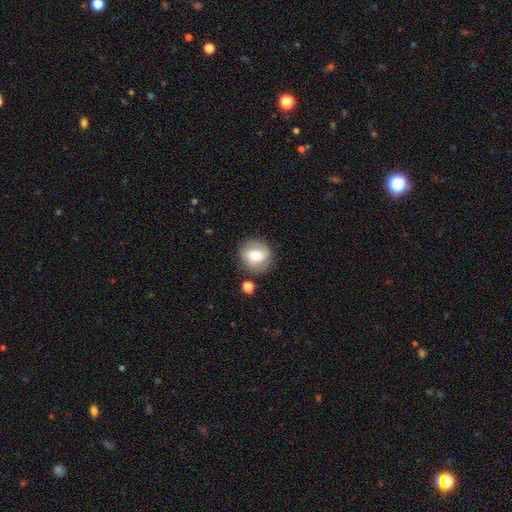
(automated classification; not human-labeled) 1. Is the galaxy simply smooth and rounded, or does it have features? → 53% smooth, 38% featured or disk, 8% star or artifact.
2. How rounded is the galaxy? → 86% round, 13% in between, 1% cigar-shaped.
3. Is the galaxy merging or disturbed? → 81% none, 12% minor disturbance, 4% major disturbance, 4% merger.